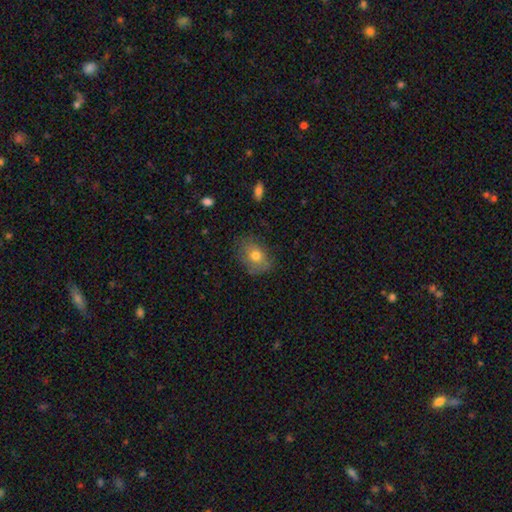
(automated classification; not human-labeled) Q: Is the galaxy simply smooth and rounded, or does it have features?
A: smooth — 73%.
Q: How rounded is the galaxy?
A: in between — 70%.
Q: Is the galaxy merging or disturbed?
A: none — 70%.